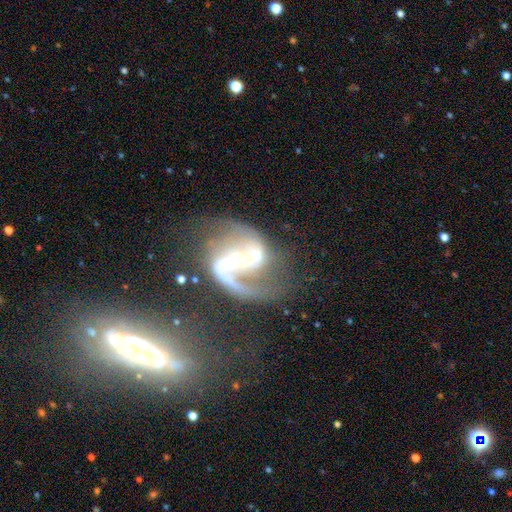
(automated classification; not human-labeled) Smooth or featured?
  - featured or disk: 83% *
  - smooth: 8%
  - star or artifact: 8%
Edge-on disk?
  - no: 98% *
  - yes: 2%
Bar?
  - strong: 39% *
  - weak: 35%
  - no: 26%
Spiral arms?
  - yes: 87% *
  - no: 13%
Spiral winding?
  - loose: 57% *
  - medium: 33%
  - tight: 10%
Spiral arm count?
  - 2: 56% *
  - 1: 30%
  - can't tell: 6%
  - 3: 3%
  - 4: 2%
  - more than 4: 2%
Bulge size?
  - small: 36% *
  - none: 30%
  - moderate: 25%
  - large: 7%
  - dominant: 3%
Merging?
  - major disturbance: 37% *
  - none: 35%
  - minor disturbance: 15%
  - merger: 13%